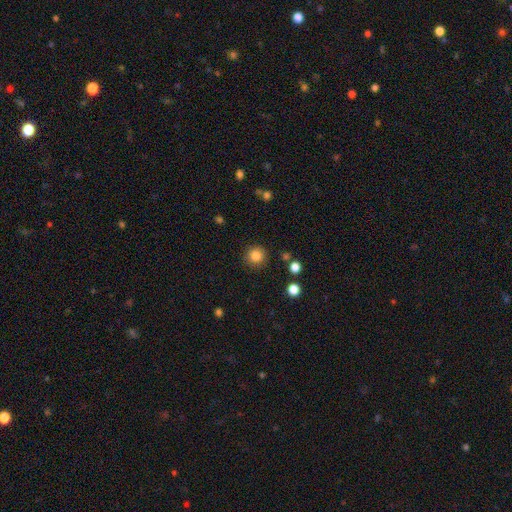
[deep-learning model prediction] This appears to be a smooth galaxy with no disk features (84%) that is round (94%). Merging: none (89%).